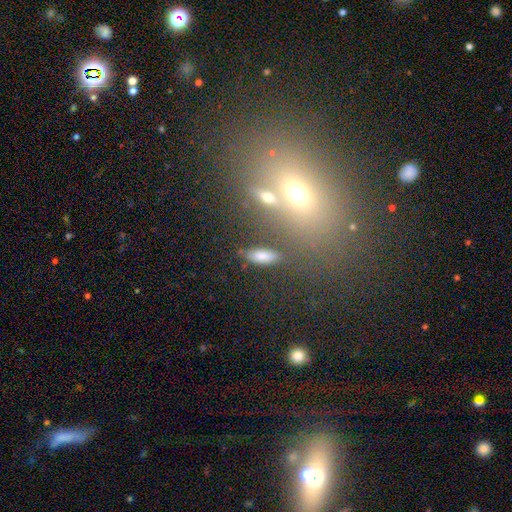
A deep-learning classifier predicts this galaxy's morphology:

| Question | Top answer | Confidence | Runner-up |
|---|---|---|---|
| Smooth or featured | smooth | 76% | featured or disk (12%) |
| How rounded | in between | 70% | cigar-shaped (25%) |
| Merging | none | 76% | minor disturbance (13%) |